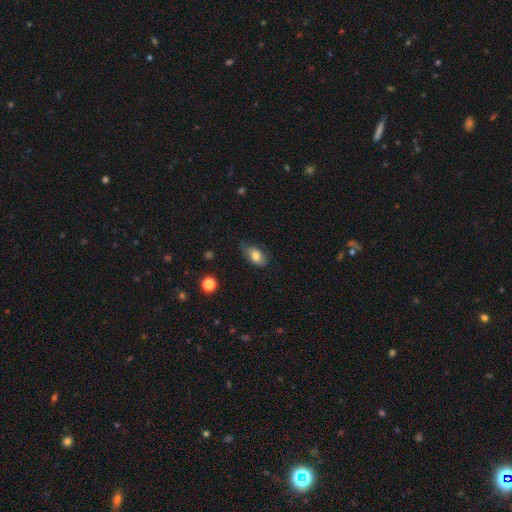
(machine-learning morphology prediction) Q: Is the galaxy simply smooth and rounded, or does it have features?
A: smooth — 77%.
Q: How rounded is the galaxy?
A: in between — 89%.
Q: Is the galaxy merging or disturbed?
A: none — 64%.